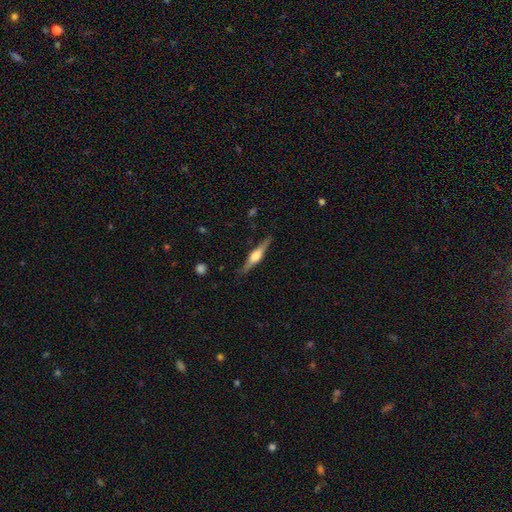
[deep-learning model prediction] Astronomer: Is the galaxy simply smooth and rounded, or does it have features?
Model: featured or disk — 73%.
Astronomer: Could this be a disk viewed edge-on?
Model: yes — 98%.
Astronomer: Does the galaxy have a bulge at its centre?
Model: rounded — 87%.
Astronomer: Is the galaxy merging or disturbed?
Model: none — 87%.